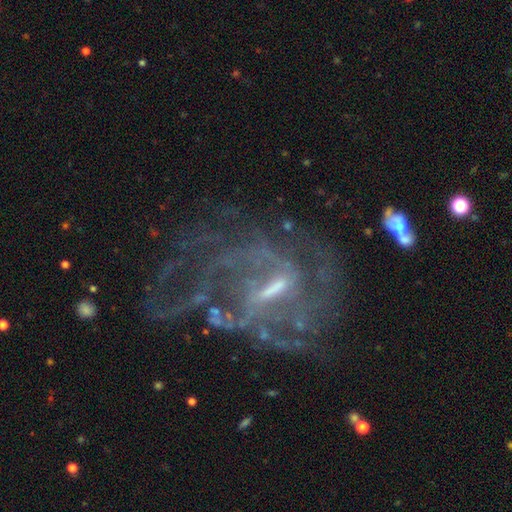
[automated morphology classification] This is clearly a featured or disk galaxy (83%). It is clearly not viewed edge-on (96%). Bar: possibly weak (51%). Spiral arm pattern: clearly yes (83%). Spiral arm count: possibly can't tell (46%). Spiral winding: marginally medium (42%). Central bulge: possibly small (48%). Merging: possibly none (48%).